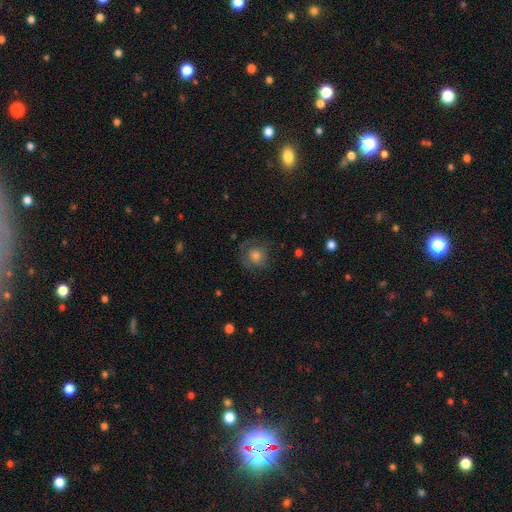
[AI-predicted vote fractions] Smooth or featured? smooth (59%)
How rounded? round (88%)
Merging? none (69%)